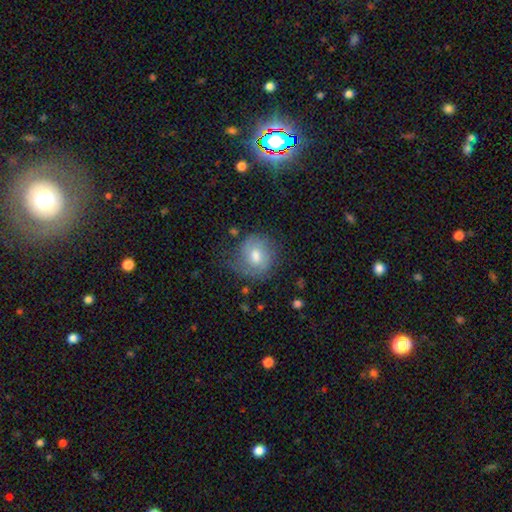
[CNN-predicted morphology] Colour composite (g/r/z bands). It shows a smooth galaxy with no disk features (60%) that is round (81%). Merging: none (59%).